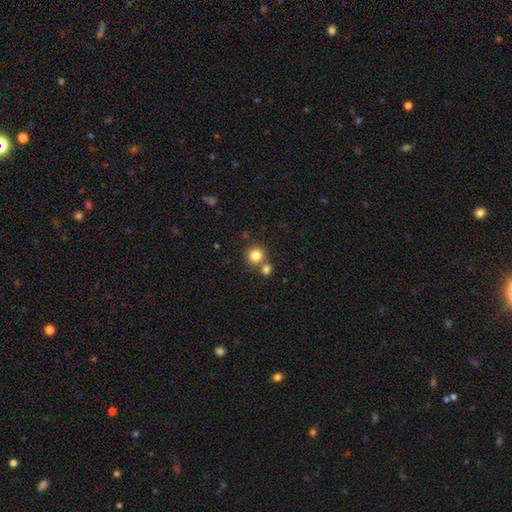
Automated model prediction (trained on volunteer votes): Smooth or featured?
  - smooth: 82% *
  - star or artifact: 11%
  - featured or disk: 7%
How rounded?
  - round: 89% *
  - in between: 10%
  - cigar-shaped: 1%
Merging?
  - none: 66% *
  - merger: 25%
  - minor disturbance: 7%
  - major disturbance: 2%